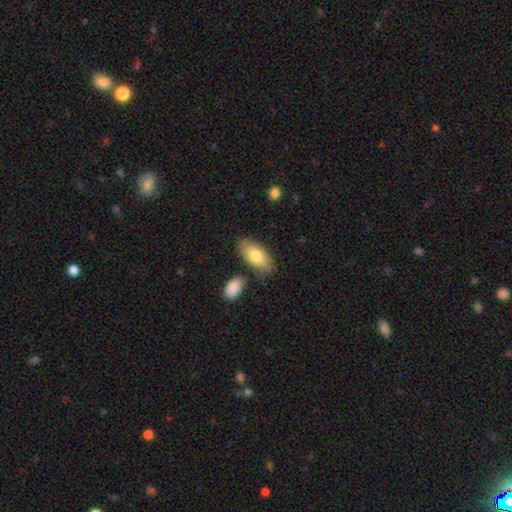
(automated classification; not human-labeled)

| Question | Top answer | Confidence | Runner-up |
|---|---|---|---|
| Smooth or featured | smooth | 77% | featured or disk (17%) |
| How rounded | in between | 92% | cigar-shaped (5%) |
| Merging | none | 75% | minor disturbance (14%) |